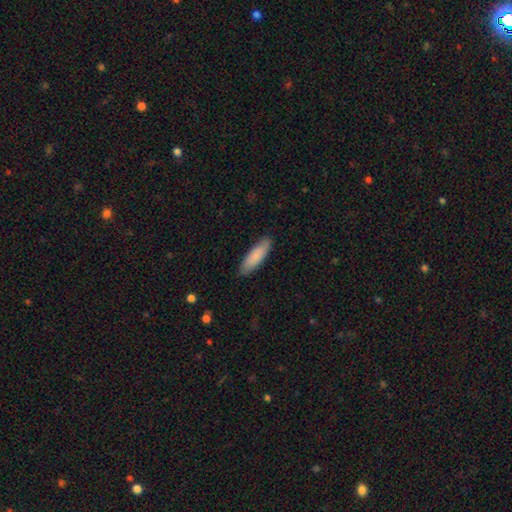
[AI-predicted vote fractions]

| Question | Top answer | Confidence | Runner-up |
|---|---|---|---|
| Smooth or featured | smooth | 85% | featured or disk (10%) |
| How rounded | cigar-shaped | 56% | in between (43%) |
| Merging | none | 87% | minor disturbance (11%) |